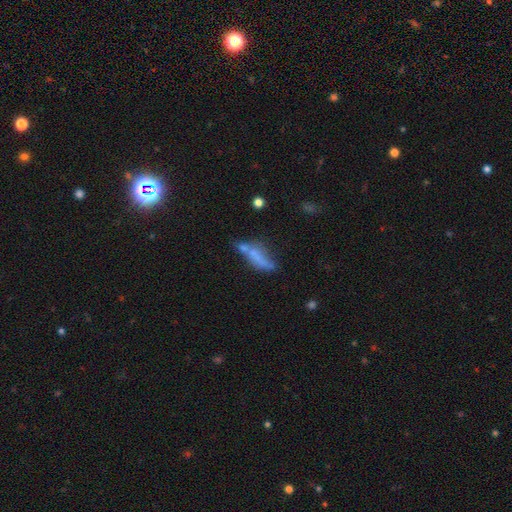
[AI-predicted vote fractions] Morphology: type=smooth (51%); roundness=cigar-shaped (53%); merging=none (34%).